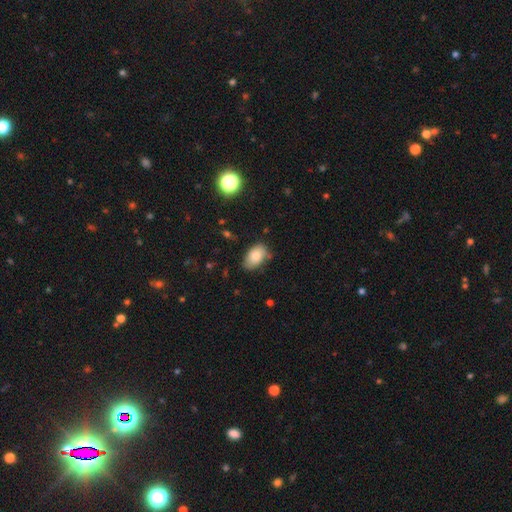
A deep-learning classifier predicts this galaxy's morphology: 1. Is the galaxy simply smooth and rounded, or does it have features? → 81% smooth, 10% featured or disk, 8% star or artifact.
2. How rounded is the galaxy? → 91% in between, 8% round, 1% cigar-shaped.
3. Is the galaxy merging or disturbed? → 69% none, 24% minor disturbance, 4% major disturbance, 3% merger.